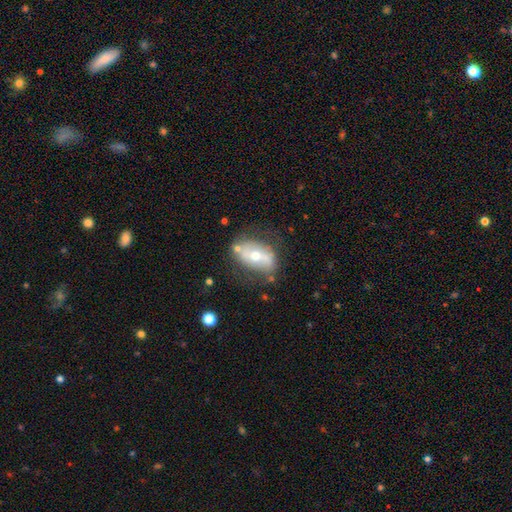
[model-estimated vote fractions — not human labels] Smooth or featured: featured or disk — 59% (smooth — 33%)
Edge-on disk: no — 90% (yes — 10%)
Bar: no — 43% (strong — 30%)
Spiral arms: no — 52% (yes — 48%)
Bulge size: moderate — 61% (small — 34%)
Merging: none — 64% (minor disturbance — 21%)